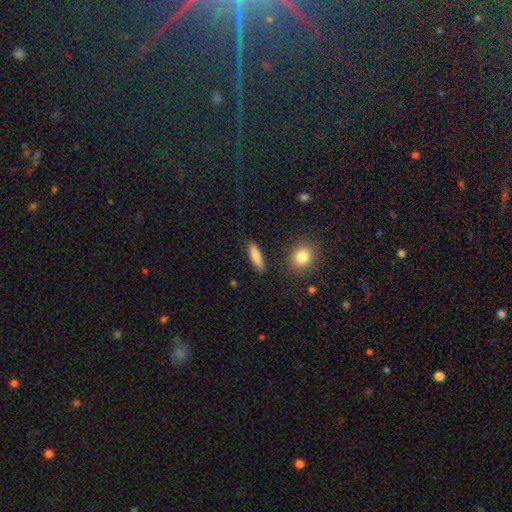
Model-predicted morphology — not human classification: Smooth or featured: smooth — 84% (featured or disk — 9%)
How rounded: cigar-shaped — 57% (in between — 40%)
Merging: none — 86% (minor disturbance — 9%)